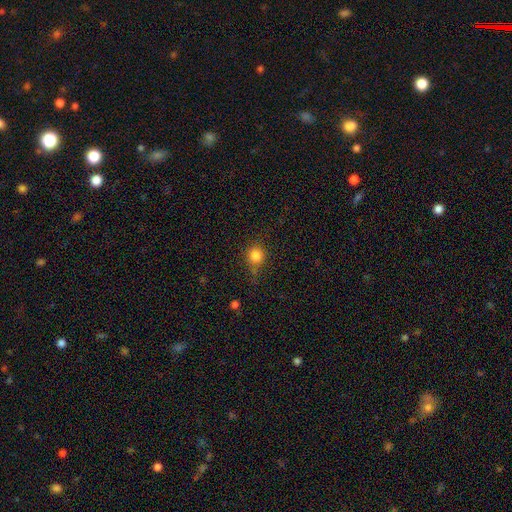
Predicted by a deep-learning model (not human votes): This appears to be a smooth galaxy with no disk features (82%) that is round (88%). Merging: none (70%).